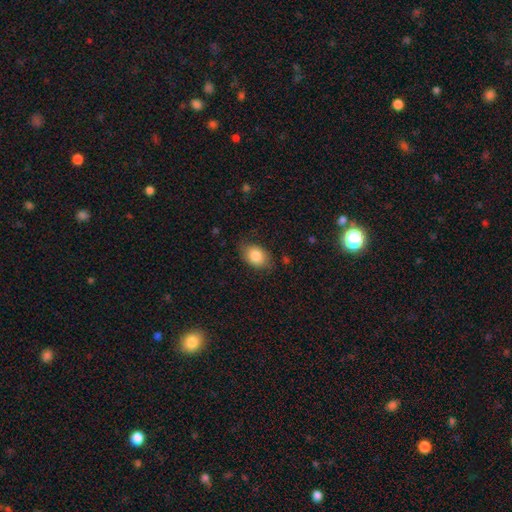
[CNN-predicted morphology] Smooth or featured? Predicted: smooth (p=0.82). How rounded? Predicted: in between (p=0.73). Merging? Predicted: none (p=0.74).